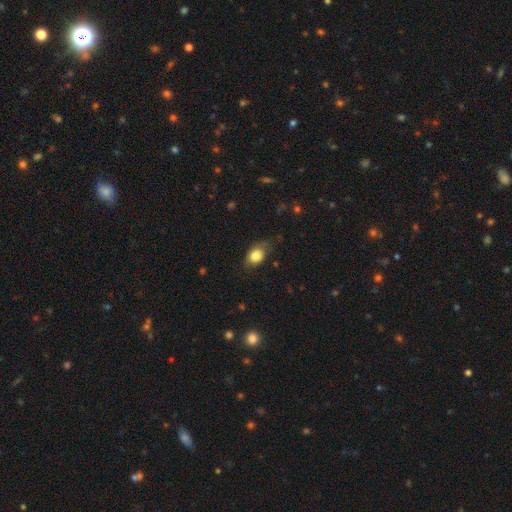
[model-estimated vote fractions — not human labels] Smooth or featured: smooth — 83% (featured or disk — 9%)
How rounded: in between — 67% (round — 31%)
Merging: none — 65% (minor disturbance — 26%)